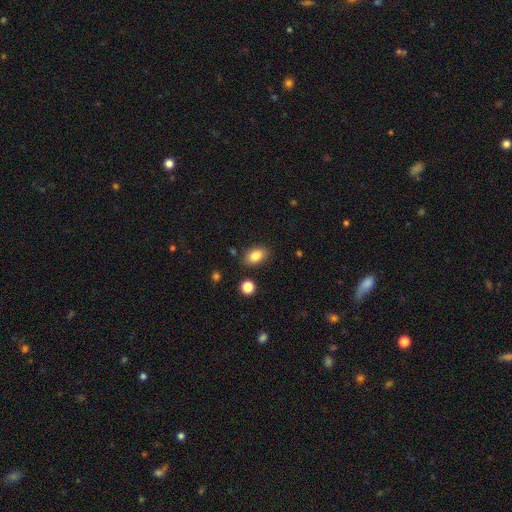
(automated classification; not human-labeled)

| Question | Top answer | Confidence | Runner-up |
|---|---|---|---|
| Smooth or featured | smooth | 83% | star or artifact (9%) |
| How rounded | in between | 87% | round (11%) |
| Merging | none | 84% | minor disturbance (11%) |